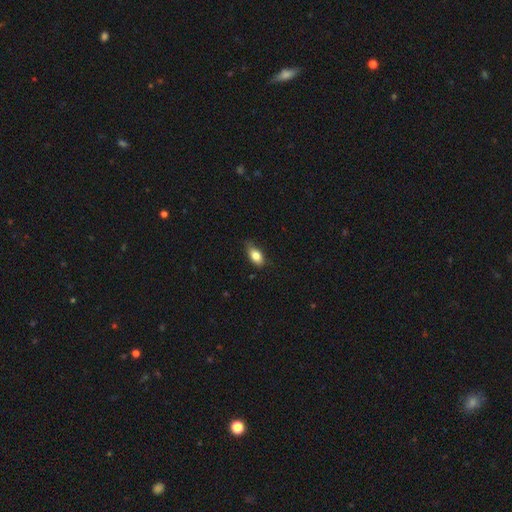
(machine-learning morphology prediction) smooth-or-featured: smooth: 80% | featured or disk: 13% | star or artifact: 7%
  how-rounded: in between: 87% | cigar-shaped: 8% | round: 5%
  merging: none: 66% | minor disturbance: 28% | major disturbance: 5% | merger: 1%